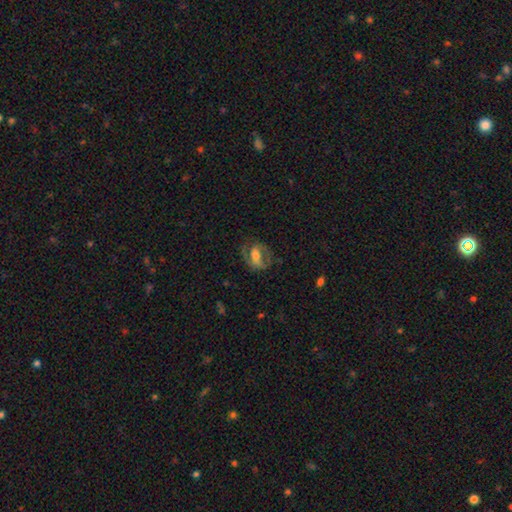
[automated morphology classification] featured or disk 55%, smooth 37%, star or artifact 8%. Down the decision tree: edge-on disk — no (94%); bar — weak (34%, tied with strong); spiral arms — yes (59%); bulge size — moderate (47%); merging — none (54%).